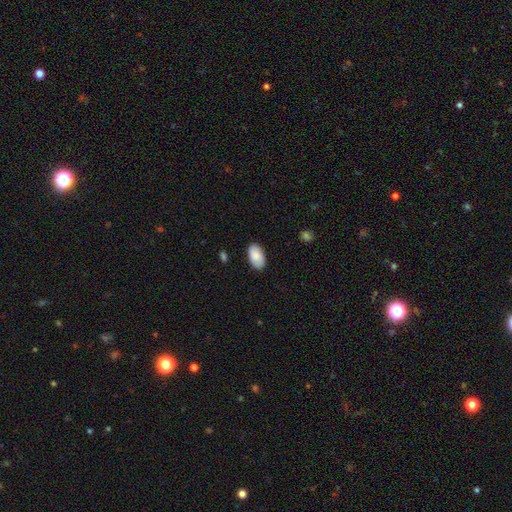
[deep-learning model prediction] Overall: smooth (87%). How rounded: in between (96%). Merging: none (87%).